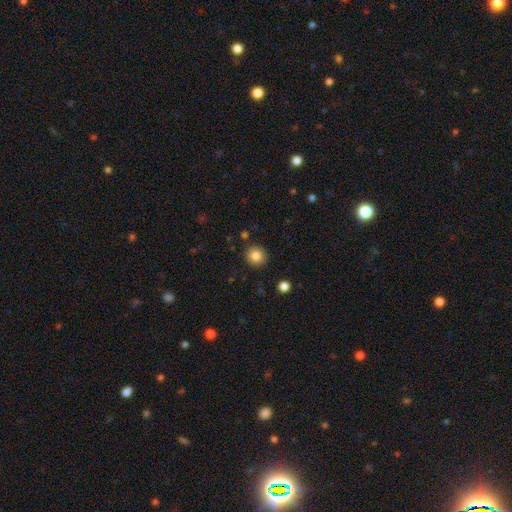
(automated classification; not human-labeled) smooth 84%, star or artifact 10%, featured or disk 6%. Down the decision tree: how rounded — round (89%); merging — none (89%).